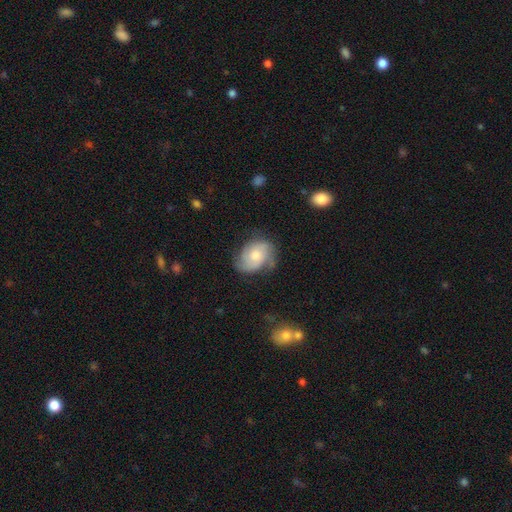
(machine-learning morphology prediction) Overall: featured or disk (59%; smooth 34%). Edge-on disk: no (97%). Bar: no (73%). Spiral arms: yes (89%). Spiral arm count: 2 (44%; 3 22%). Spiral winding: medium (45%; tight 34%). Bulge size: moderate (58%; small 25%). Merging: none (62%; minor disturbance 26%).